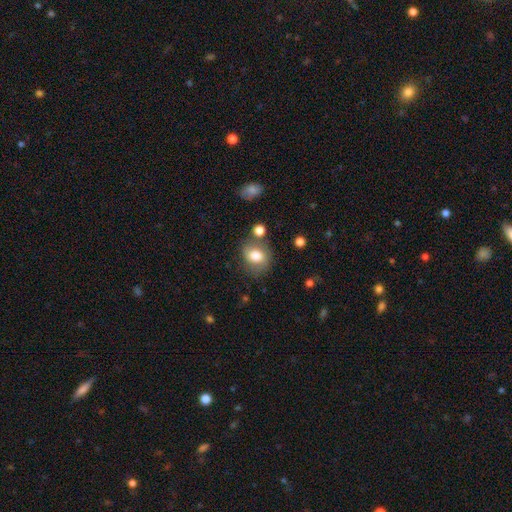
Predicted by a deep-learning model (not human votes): Smooth or featured? Predicted: smooth (p=0.74). How rounded? Predicted: round (p=0.57). Merging? Predicted: none (p=0.66).